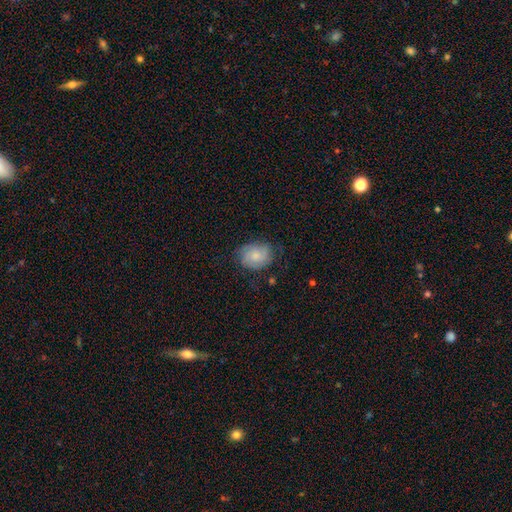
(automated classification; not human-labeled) Smooth or featured? smooth (59%)
How rounded? in between (59%)
Merging? none (68%)